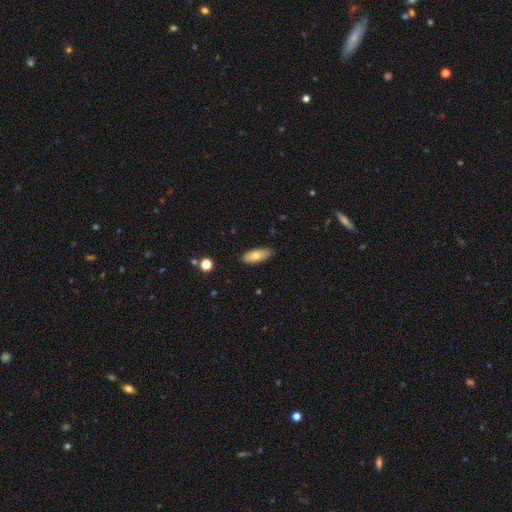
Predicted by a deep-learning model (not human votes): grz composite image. It shows a smooth galaxy with no disk features (76%) that is in between round and cigar-shaped (84%). Merging: none (84%).